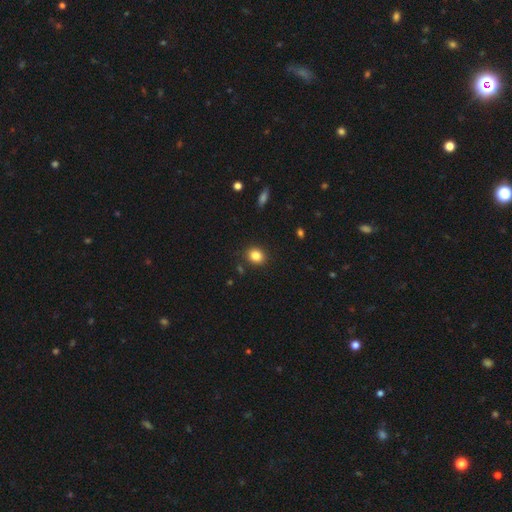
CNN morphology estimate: A smooth galaxy with no disk features (84%) that is round (60%). Merging: none (88%).